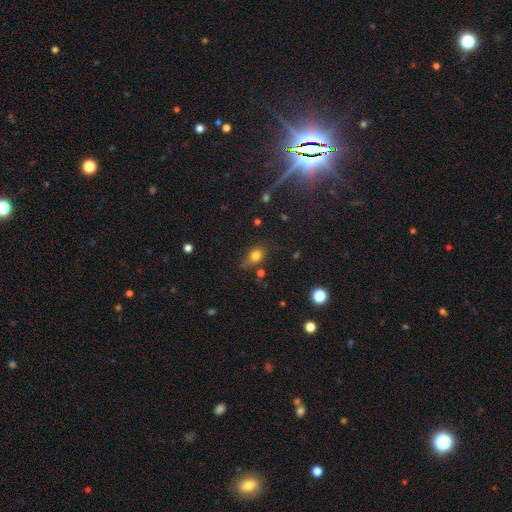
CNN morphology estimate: Q: Smooth or featured?
A: smooth (78%); runner-up: star or artifact (13%)
Q: How rounded?
A: in between (55%); runner-up: round (41%)
Q: Merging?
A: none (57%); runner-up: minor disturbance (28%)